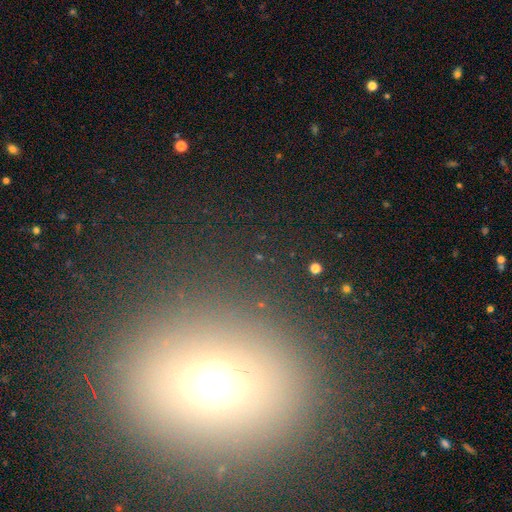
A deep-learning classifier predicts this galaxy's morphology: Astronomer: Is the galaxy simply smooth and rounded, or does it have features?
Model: smooth — 62%.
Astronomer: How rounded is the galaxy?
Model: round — 63%.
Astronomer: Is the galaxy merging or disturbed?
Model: none — 85%.